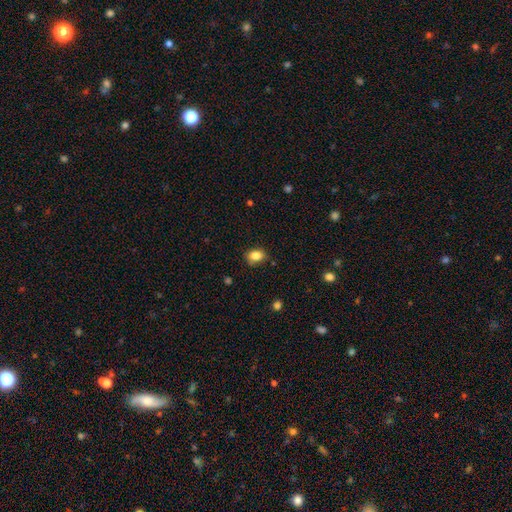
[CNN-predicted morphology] Smooth or featured?
  - smooth: 85% *
  - star or artifact: 9%
  - featured or disk: 6%
How rounded?
  - in between: 73% *
  - round: 25%
  - cigar-shaped: 1%
Merging?
  - none: 79% *
  - minor disturbance: 16%
  - major disturbance: 3%
  - merger: 2%